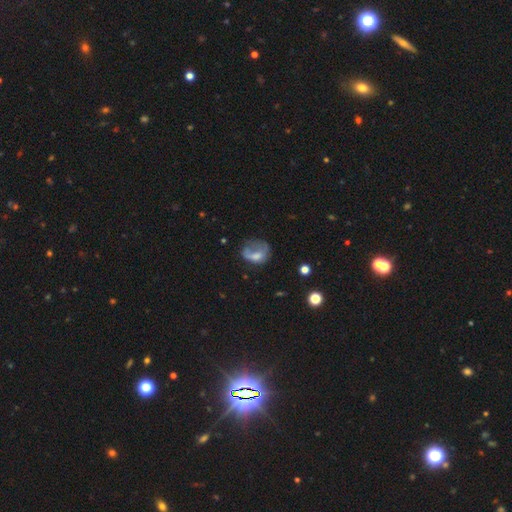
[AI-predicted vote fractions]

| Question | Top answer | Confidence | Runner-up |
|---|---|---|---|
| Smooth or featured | smooth | 50% | featured or disk (38%) |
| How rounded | in between | 53% | round (45%) |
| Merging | major disturbance | 48% | none (25%) |